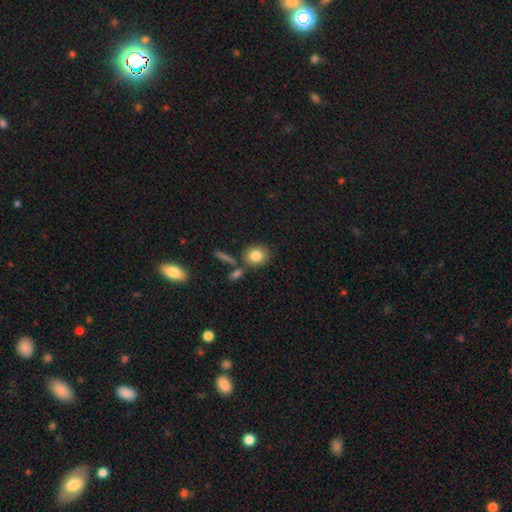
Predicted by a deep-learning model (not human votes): smooth-or-featured: smooth: 82% | featured or disk: 10% | star or artifact: 9%
  how-rounded: round: 61% | in between: 37% | cigar-shaped: 2%
  merging: none: 70% | merger: 15% | minor disturbance: 11% | major disturbance: 4%